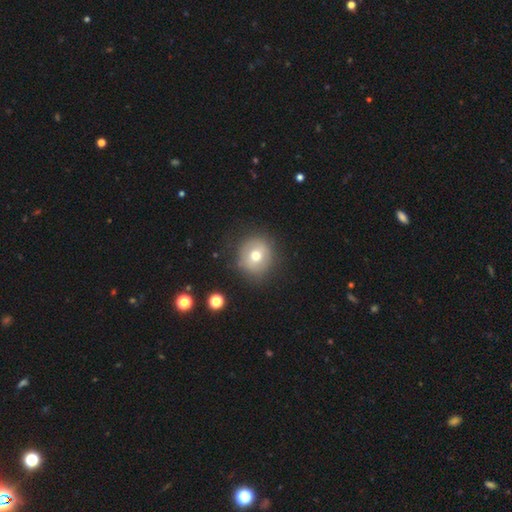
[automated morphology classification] A smooth galaxy with no disk features (64%) that is round (88%).

Vote fractions:
- Smooth or featured? smooth: 64% / featured or disk: 25% / star or artifact: 11%
- How rounded? round: 88% / in between: 11% / cigar-shaped: 1%
- Merging? none: 83% / minor disturbance: 11% / major disturbance: 4% / merger: 2%